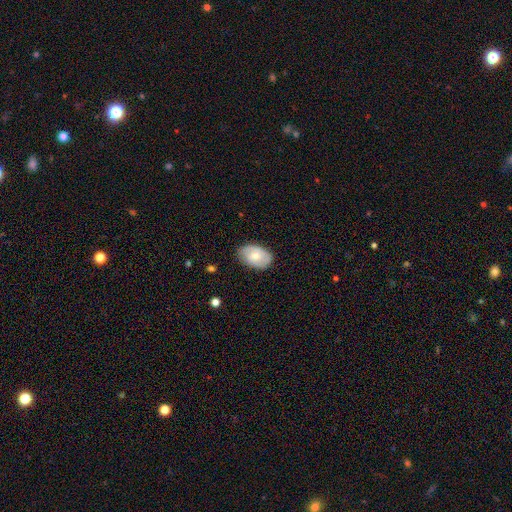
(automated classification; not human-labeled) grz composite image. It shows a smooth galaxy with no disk features (61%) that is in between round and cigar-shaped (86%). Merging: none (77%).